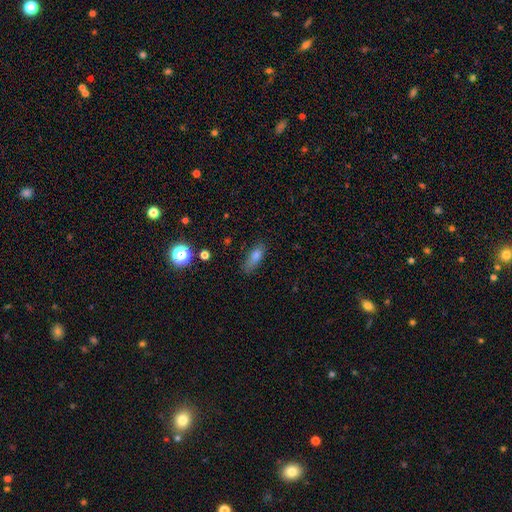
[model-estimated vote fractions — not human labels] Smooth or featured? Predicted: smooth (p=0.74). How rounded? Predicted: in between (p=0.60). Merging? Predicted: none (p=0.69).